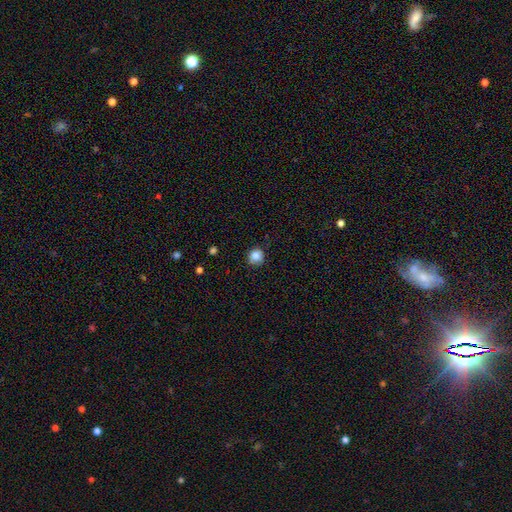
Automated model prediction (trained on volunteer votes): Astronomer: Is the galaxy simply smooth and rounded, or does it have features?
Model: smooth — 84%.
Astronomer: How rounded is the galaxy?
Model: round — 90%.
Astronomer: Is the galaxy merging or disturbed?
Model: none — 80%.